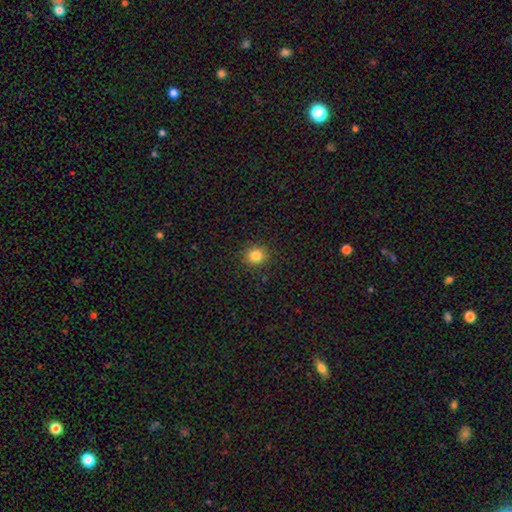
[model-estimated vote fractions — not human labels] smooth_or_featured: smooth (p=0.83) [alt: star or artifact p=0.12]
how_rounded: round (p=0.87) [alt: in between p=0.12]
merging: none (p=0.90) [alt: minor disturbance p=0.07]